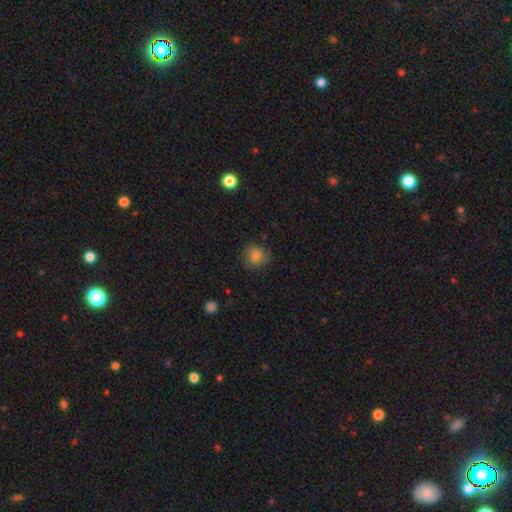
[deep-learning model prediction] smooth-or-featured: smooth: 83% | star or artifact: 10% | featured or disk: 7%
  how-rounded: round: 78% | in between: 21% | cigar-shaped: 1%
  merging: none: 75% | minor disturbance: 18% | major disturbance: 5% | merger: 1%